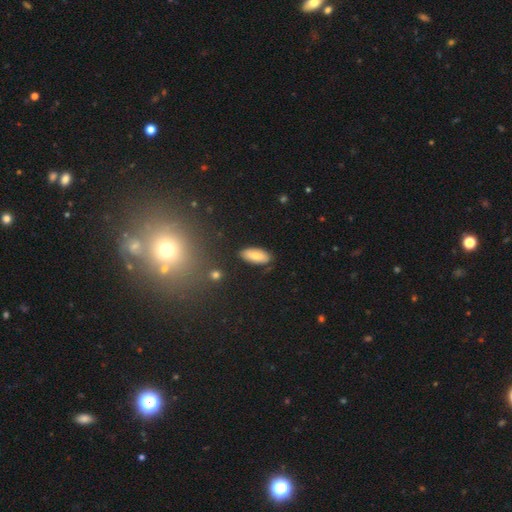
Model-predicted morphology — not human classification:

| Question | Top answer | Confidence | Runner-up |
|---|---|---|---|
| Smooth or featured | smooth | 77% | featured or disk (15%) |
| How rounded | in between | 85% | cigar-shaped (12%) |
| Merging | none | 83% | minor disturbance (13%) |